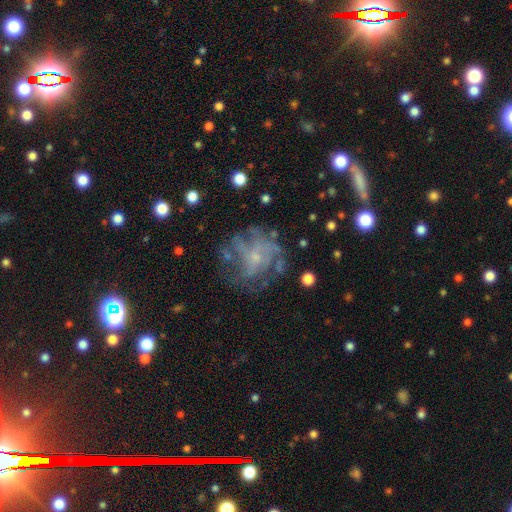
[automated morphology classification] smooth-or-featured: featured or disk: 69% | smooth: 18% | star or artifact: 13%
  disk-edge-on: no: 97% | yes: 3%
    bar: no: 77% | weak: 20% | strong: 3%
    has-spiral-arms: yes: 69% | no: 31%
    bulge-size: small: 66% | moderate: 18% | none: 13% | large: 2% | dominant: 1%
  merging: none: 57% | major disturbance: 22% | minor disturbance: 18% | merger: 3%